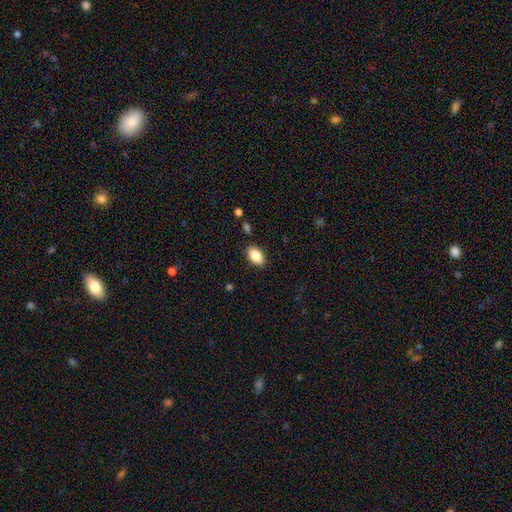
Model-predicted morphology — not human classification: A smooth galaxy with no disk features (87%) that is in between round and cigar-shaped (92%). Merging: none (87%).